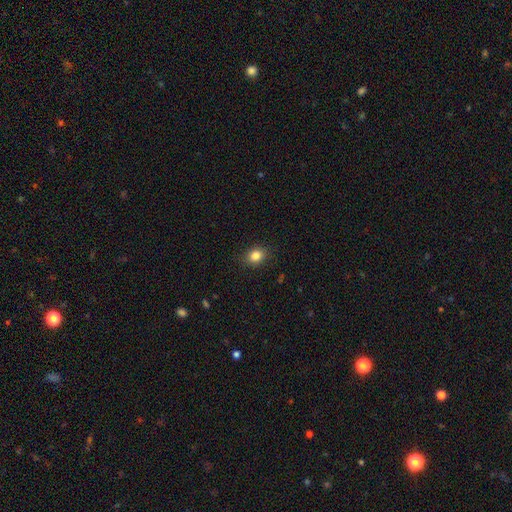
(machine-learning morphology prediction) smooth 84%, star or artifact 11%, featured or disk 5%. Down the decision tree: how rounded — round (56%); merging — none (88%).